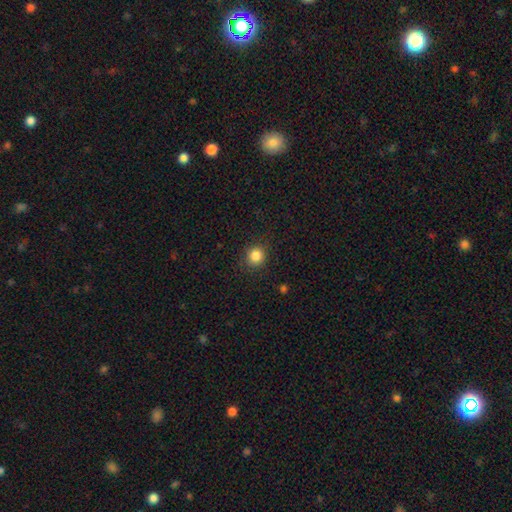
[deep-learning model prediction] This appears to be a smooth galaxy with no disk features (83%) that is round (85%). Merging: none (84%).